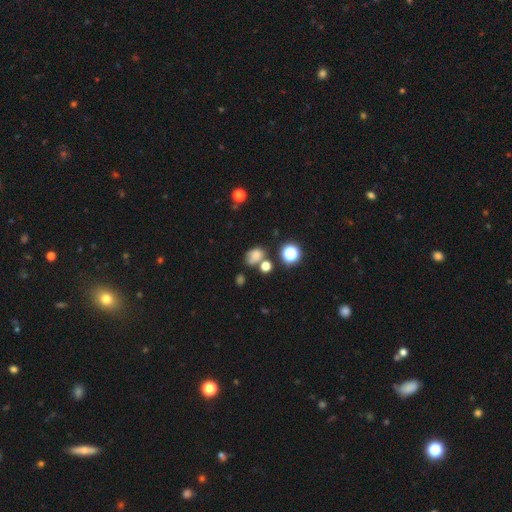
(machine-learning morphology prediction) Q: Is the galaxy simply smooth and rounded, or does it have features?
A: smooth — 69%.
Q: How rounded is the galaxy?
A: in between — 63%.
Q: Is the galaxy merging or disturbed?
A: none — 42%.